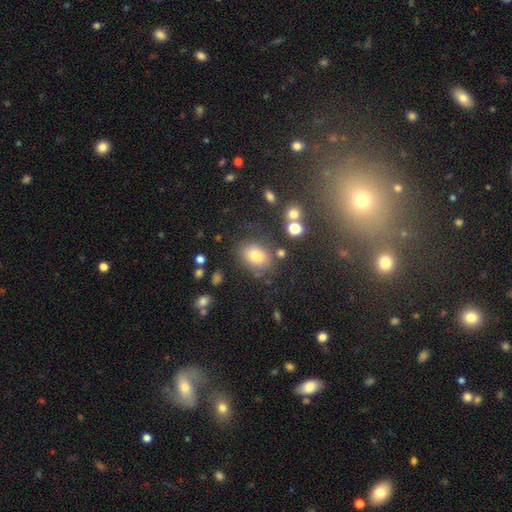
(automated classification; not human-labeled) A smooth galaxy with no disk features (75%) that is in between round and cigar-shaped (70%).

Vote fractions:
- Smooth or featured? smooth: 75% / star or artifact: 14% / featured or disk: 11%
- How rounded? in between: 70% / round: 28% / cigar-shaped: 1%
- Merging? none: 74% / minor disturbance: 15% / merger: 6% / major disturbance: 5%